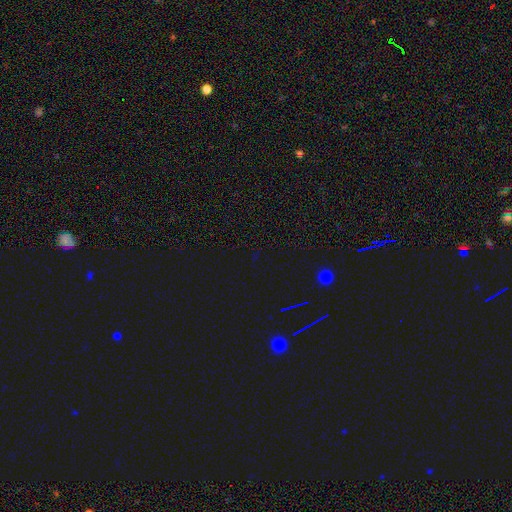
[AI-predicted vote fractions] Smooth or featured? star or artifact (77%)